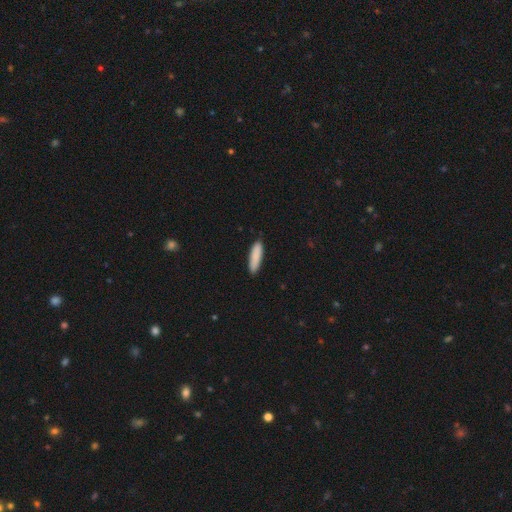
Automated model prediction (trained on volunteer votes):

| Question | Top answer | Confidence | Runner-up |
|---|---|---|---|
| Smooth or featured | smooth | 89% | featured or disk (6%) |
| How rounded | cigar-shaped | 67% | in between (31%) |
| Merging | none | 87% | minor disturbance (10%) |